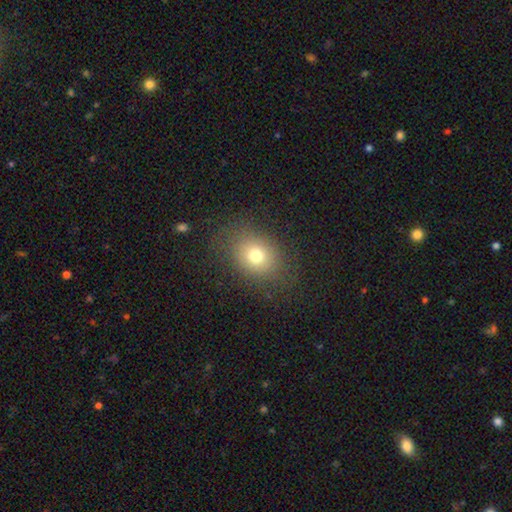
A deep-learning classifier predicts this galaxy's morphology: The model was most divided on "how rounded": round: 51%, in between: 48%, cigar-shaped: 1%. More confident: merging — none (81%); smooth or featured — smooth (74%).